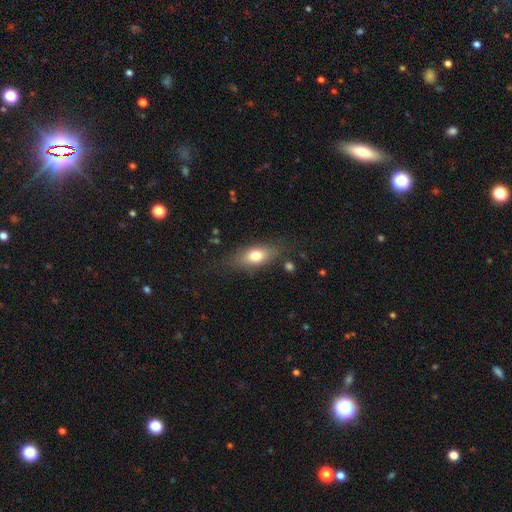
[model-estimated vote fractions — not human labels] smooth-or-featured: smooth: 73% | featured or disk: 19% | star or artifact: 8%
  how-rounded: in between: 76% | cigar-shaped: 16% | round: 8%
  merging: none: 75% | minor disturbance: 17% | major disturbance: 6% | merger: 2%